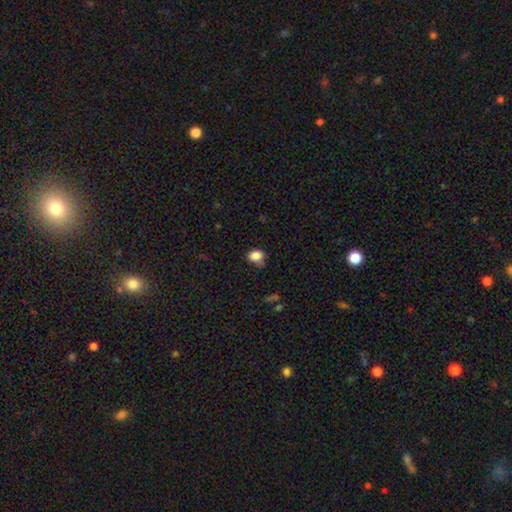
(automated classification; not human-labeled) Smooth or featured?
  - smooth: 84% *
  - star or artifact: 10%
  - featured or disk: 5%
How rounded?
  - in between: 58% *
  - round: 41%
  - cigar-shaped: 1%
Merging?
  - none: 59% *
  - minor disturbance: 29%
  - major disturbance: 7%
  - merger: 5%